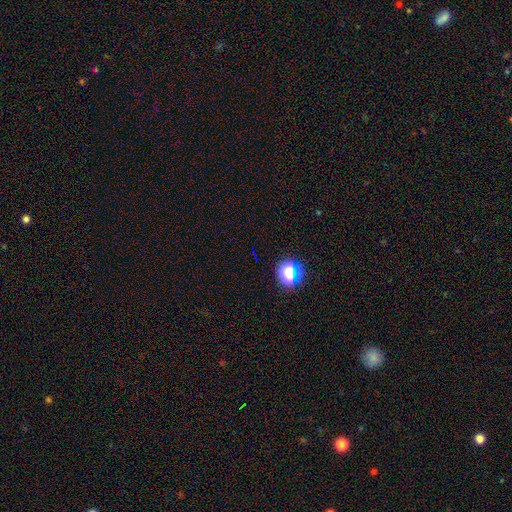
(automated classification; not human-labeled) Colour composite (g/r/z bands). It shows a star or artifact, not a galaxy (67%).